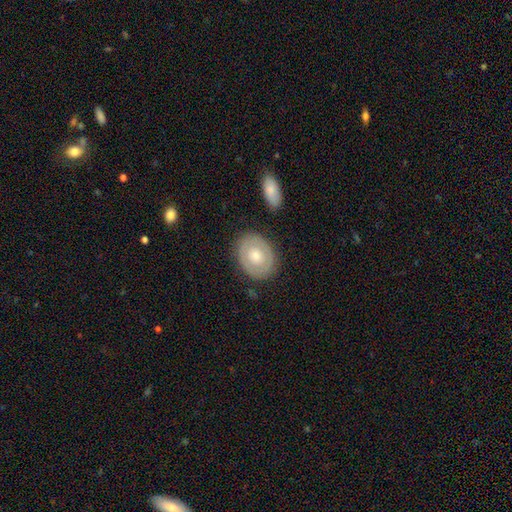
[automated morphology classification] The model was most divided on "smooth or featured": smooth: 52%, featured or disk: 42%, star or artifact: 5%. More confident: merging — none (83%); how rounded — in between (60%).